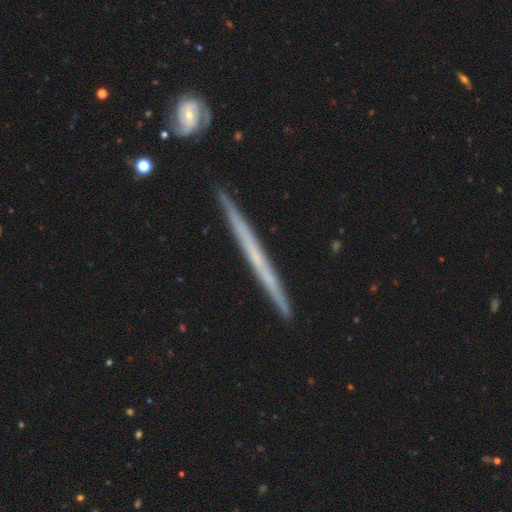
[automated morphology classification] The model was most divided on "smooth or featured": featured or disk: 64%, smooth: 29%, star or artifact: 7%. More confident: edge-on disk — yes (97%); merging — none (90%); edge-on bulge — none (90%).